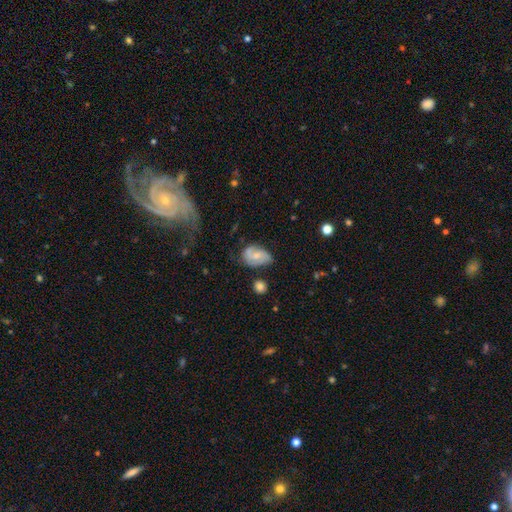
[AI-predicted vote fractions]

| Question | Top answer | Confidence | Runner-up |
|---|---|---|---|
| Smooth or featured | featured or disk | 52% | smooth (40%) |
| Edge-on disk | no | 96% | yes (4%) |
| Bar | no | 57% | weak (35%) |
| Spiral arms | yes | 83% | no (17%) |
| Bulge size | small | 50% | moderate (41%) |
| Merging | none | 53% | minor disturbance (31%) |